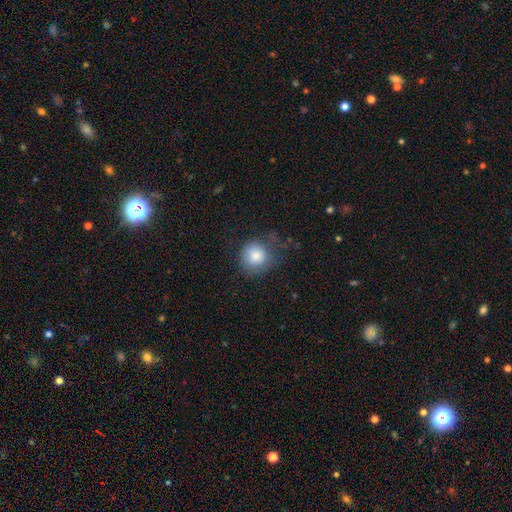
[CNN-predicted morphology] Overall: smooth (83%). How rounded: round (87%). Merging: none (59%; minor disturbance 26%).